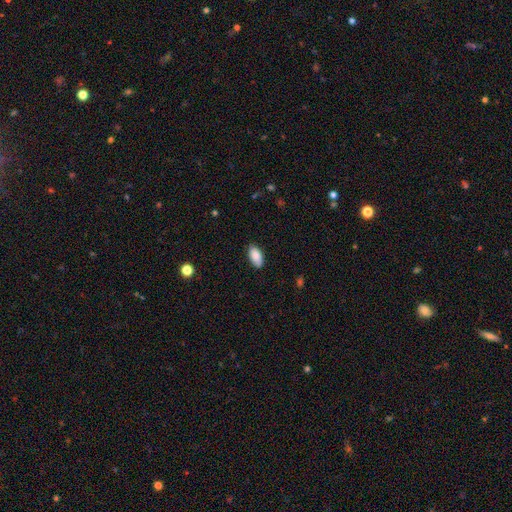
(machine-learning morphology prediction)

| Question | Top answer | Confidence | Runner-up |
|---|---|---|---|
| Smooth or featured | smooth | 89% | star or artifact (7%) |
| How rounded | in between | 93% | cigar-shaped (4%) |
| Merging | none | 85% | minor disturbance (12%) |